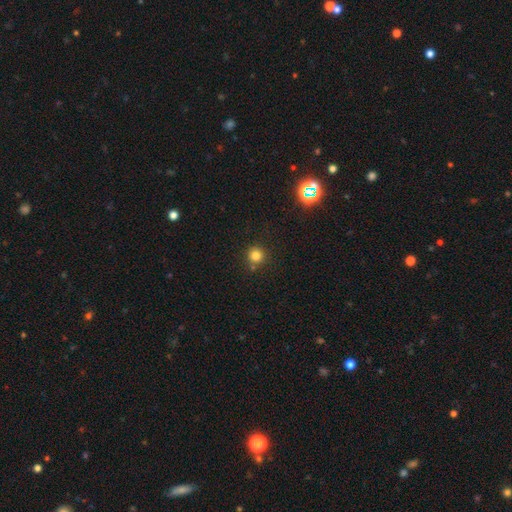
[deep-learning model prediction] A smooth galaxy with no disk features (80%) that is round (94%).

Vote fractions:
- Smooth or featured? smooth: 80% / star or artifact: 15% / featured or disk: 6%
- How rounded? round: 94% / in between: 5% / cigar-shaped: 1%
- Merging? none: 81% / merger: 8% / minor disturbance: 8% / major disturbance: 3%